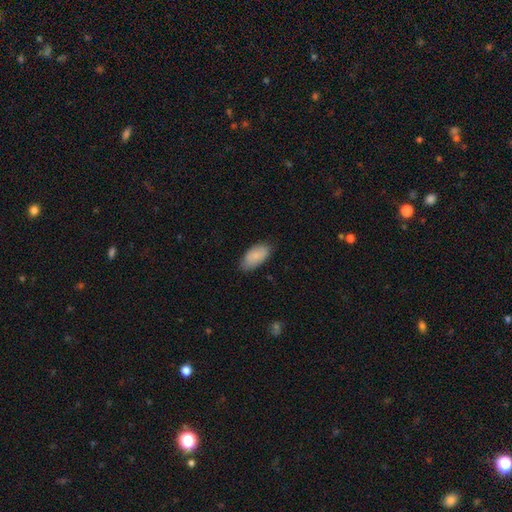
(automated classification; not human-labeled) Smooth or featured? Predicted: smooth (p=0.84). How rounded? Predicted: in between (p=0.94). Merging? Predicted: none (p=0.79).